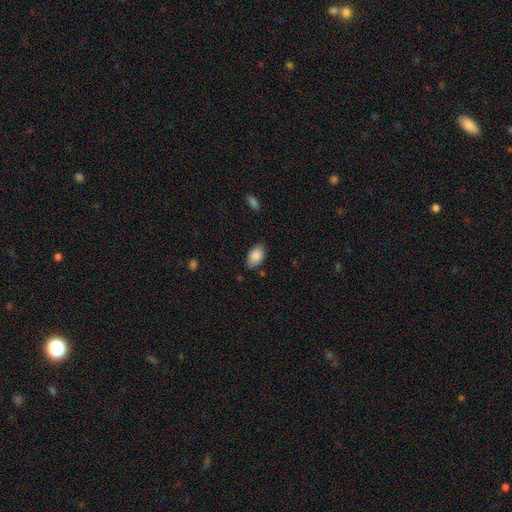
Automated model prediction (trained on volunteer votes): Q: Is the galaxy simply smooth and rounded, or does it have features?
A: smooth — 88%.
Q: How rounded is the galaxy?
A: in between — 93%.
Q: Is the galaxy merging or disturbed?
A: none — 80%.